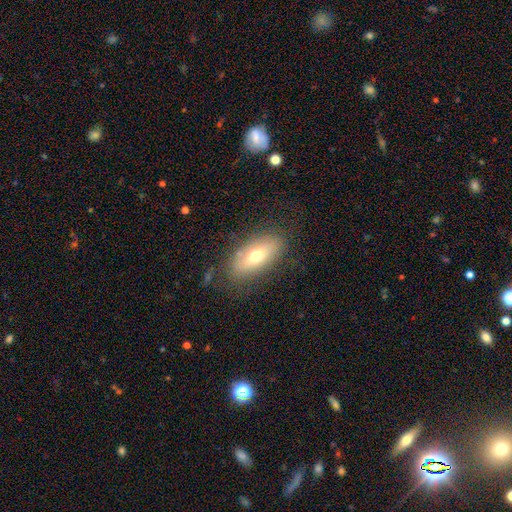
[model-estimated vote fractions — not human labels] A smooth galaxy with no disk features (61%) that is in between round and cigar-shaped (84%). Merging: none (78%).